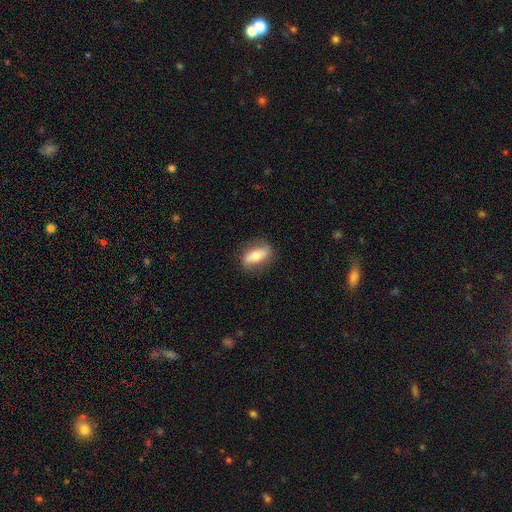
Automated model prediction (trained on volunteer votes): This is possibly a smooth galaxy (58%). How rounded: likely in between (77%). Merging: clearly none (81%).